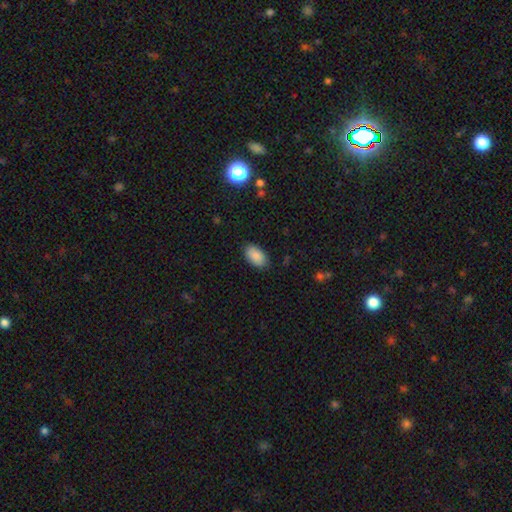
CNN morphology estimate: A smooth galaxy with no disk features (88%) that is in between round and cigar-shaped (94%).

Vote fractions:
- Smooth or featured? smooth: 88% / star or artifact: 7% / featured or disk: 5%
- How rounded? in between: 94% / round: 5% / cigar-shaped: 1%
- Merging? none: 86% / minor disturbance: 11% / major disturbance: 2% / merger: 1%